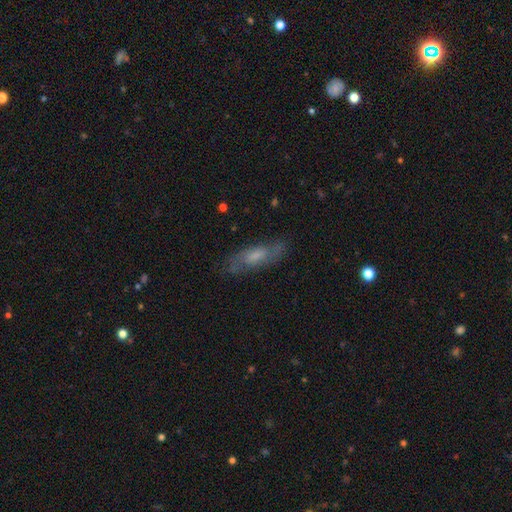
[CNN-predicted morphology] The model was most divided on "smooth or featured": featured or disk: 47%, smooth: 44%, star or artifact: 9%. More confident: merging — none (75%).